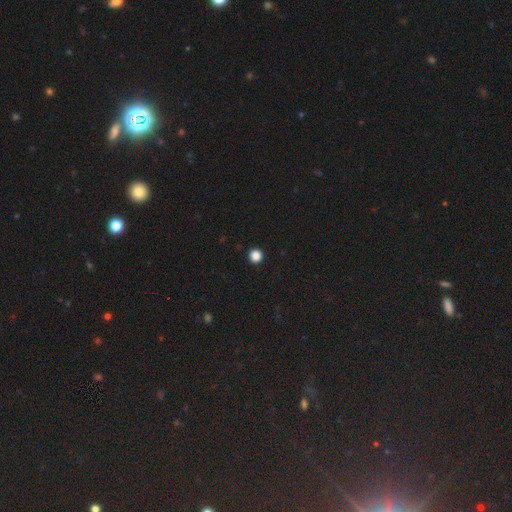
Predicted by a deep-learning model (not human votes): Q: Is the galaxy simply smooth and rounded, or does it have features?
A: smooth — 86%.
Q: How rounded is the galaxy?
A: round — 95%.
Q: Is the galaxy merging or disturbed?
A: none — 94%.